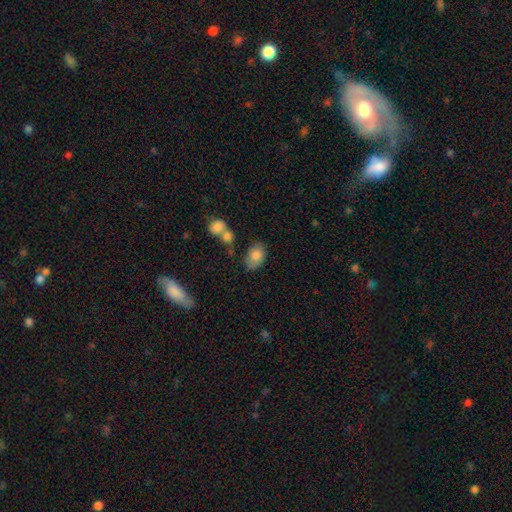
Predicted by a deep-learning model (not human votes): The model was most divided on "merging": none: 66%, minor disturbance: 19%, merger: 10%, major disturbance: 6%. More confident: how rounded — in between (86%); smooth or featured — smooth (81%).